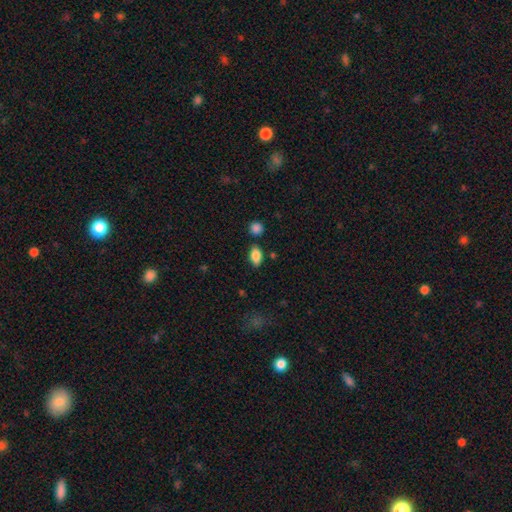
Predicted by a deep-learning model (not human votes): smooth-or-featured: smooth: 86% | star or artifact: 8% | featured or disk: 7%
  how-rounded: in between: 89% | round: 7% | cigar-shaped: 4%
  merging: none: 81% | minor disturbance: 11% | merger: 5% | major disturbance: 3%